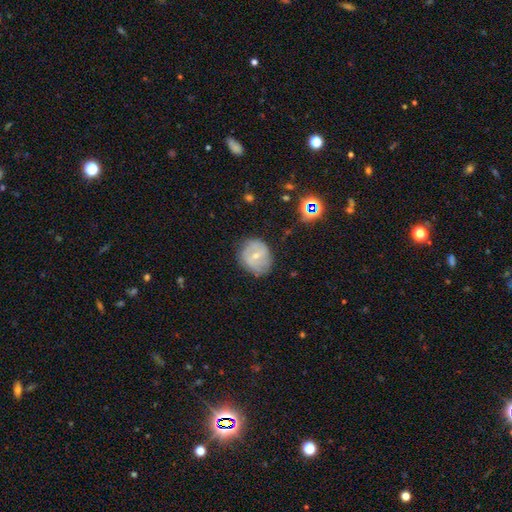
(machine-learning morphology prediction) Smooth or featured?
  - featured or disk: 49% *
  - smooth: 43%
  - star or artifact: 8%
Merging?
  - none: 71% *
  - minor disturbance: 21%
  - major disturbance: 6%
  - merger: 2%